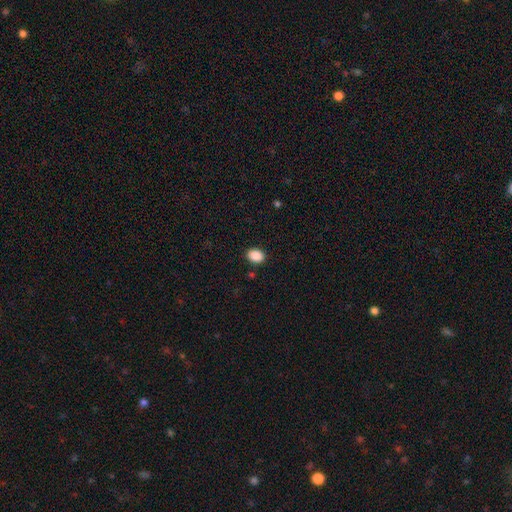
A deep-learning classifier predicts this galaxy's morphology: type=smooth (89%); roundness=in between (69%); merging=none (89%).